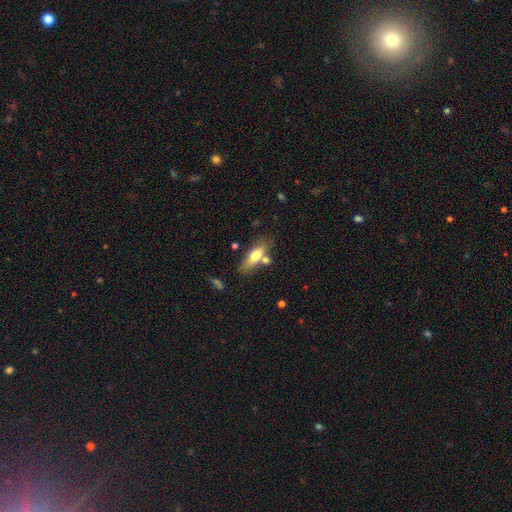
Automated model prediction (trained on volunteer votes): smooth-or-featured: smooth: 61% | featured or disk: 32% | star or artifact: 7%
  how-rounded: in between: 50% | cigar-shaped: 46% | round: 3%
  merging: none: 67% | merger: 15% | minor disturbance: 14% | major disturbance: 4%